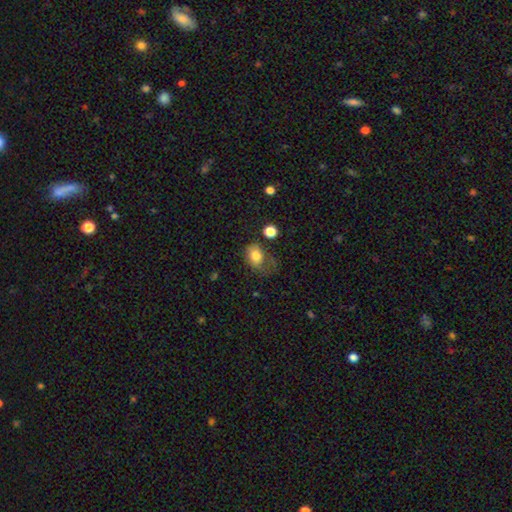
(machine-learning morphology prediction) A smooth galaxy with no disk features (78%) that is in between round and cigar-shaped (65%).

Vote fractions:
- Smooth or featured? smooth: 78% / featured or disk: 13% / star or artifact: 9%
- How rounded? in between: 65% / round: 34% / cigar-shaped: 1%
- Merging? none: 33% / major disturbance: 32% / minor disturbance: 29% / merger: 5%